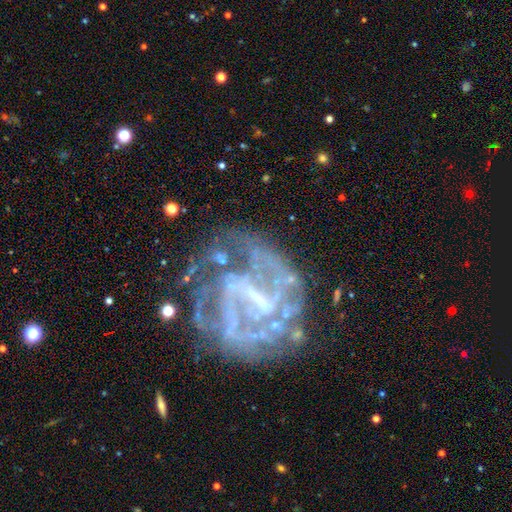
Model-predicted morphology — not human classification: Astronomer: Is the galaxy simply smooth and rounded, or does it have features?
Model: featured or disk — 86%.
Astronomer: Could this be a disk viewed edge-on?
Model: no — 97%.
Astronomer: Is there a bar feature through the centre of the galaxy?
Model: strong — 53% (runner-up: weak, 33%).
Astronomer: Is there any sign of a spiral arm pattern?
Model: yes — 83%.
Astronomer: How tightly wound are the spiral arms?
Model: medium — 43% (runner-up: tight, 33%).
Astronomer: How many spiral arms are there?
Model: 2 — 37% (runner-up: can't tell, 29%).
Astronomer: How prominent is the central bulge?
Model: small — 41%, tied with none at 41%.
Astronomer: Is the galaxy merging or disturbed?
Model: none — 49% (runner-up: major disturbance, 27%).